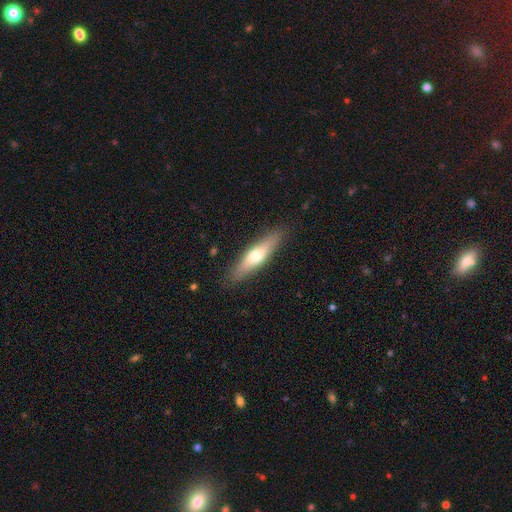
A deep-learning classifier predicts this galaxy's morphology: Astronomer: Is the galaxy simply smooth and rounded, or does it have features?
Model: smooth — 57% (runner-up: featured or disk, 38%).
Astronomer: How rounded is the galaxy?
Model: cigar-shaped — 74%.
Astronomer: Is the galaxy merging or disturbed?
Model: none — 87%.